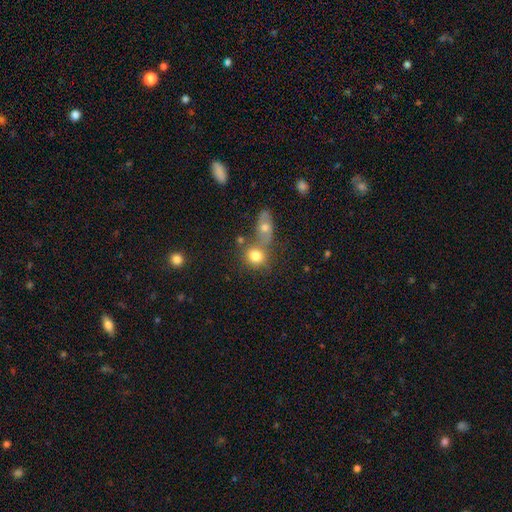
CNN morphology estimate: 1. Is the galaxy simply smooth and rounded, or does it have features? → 77% smooth, 13% featured or disk, 11% star or artifact.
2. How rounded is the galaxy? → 66% round, 32% in between, 2% cigar-shaped.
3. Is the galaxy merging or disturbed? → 47% none, 38% merger, 11% minor disturbance, 4% major disturbance.